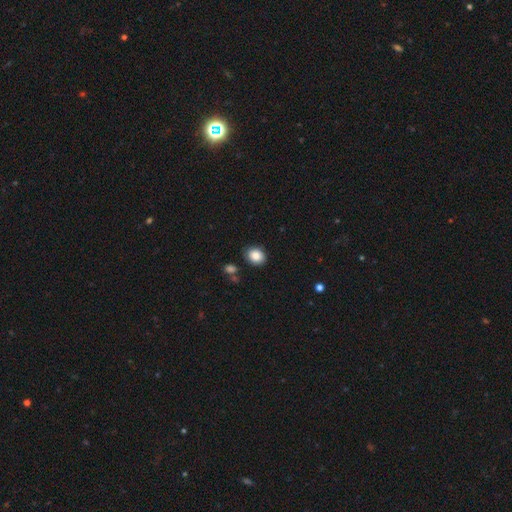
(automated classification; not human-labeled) Q: Smooth or featured?
A: smooth (86%); runner-up: star or artifact (8%)
Q: How rounded?
A: round (51%); runner-up: in between (49%)
Q: Merging?
A: none (83%); runner-up: minor disturbance (11%)